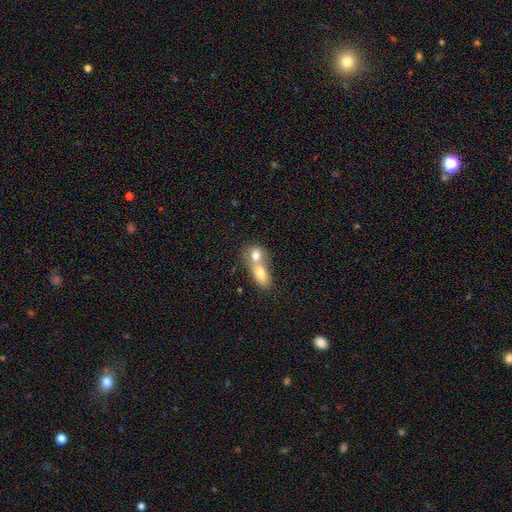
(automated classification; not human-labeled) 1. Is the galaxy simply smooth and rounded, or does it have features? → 73% smooth, 19% featured or disk, 8% star or artifact.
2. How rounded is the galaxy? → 63% in between, 34% round, 4% cigar-shaped.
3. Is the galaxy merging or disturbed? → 77% merger, 15% none, 5% minor disturbance, 3% major disturbance.